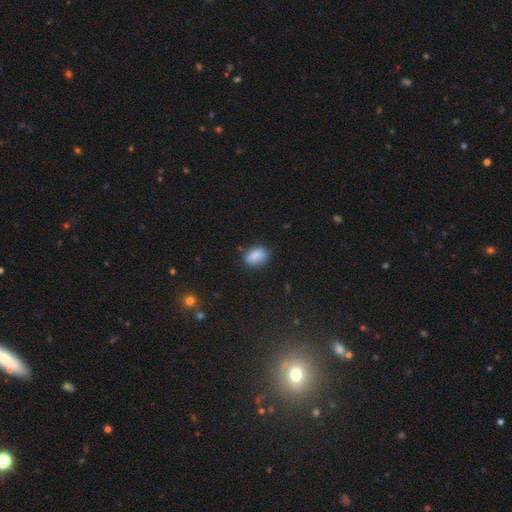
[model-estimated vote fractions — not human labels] Smooth or featured? Predicted: smooth (p=0.86). How rounded? Predicted: in between (p=0.80). Merging? Predicted: none (p=0.77).